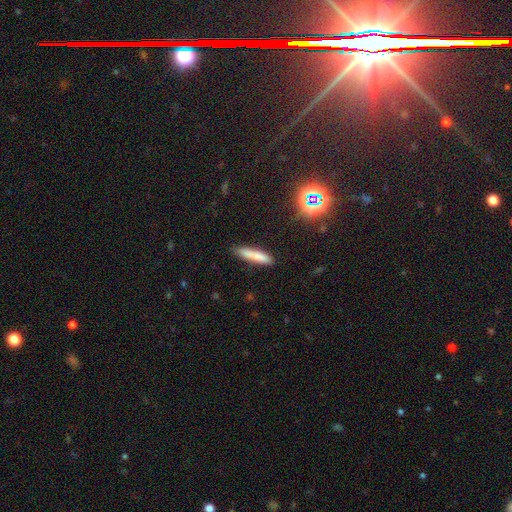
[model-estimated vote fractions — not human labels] Smooth or featured: smooth — 78% (featured or disk — 13%)
How rounded: cigar-shaped — 88% (in between — 11%)
Merging: none — 85% (minor disturbance — 11%)